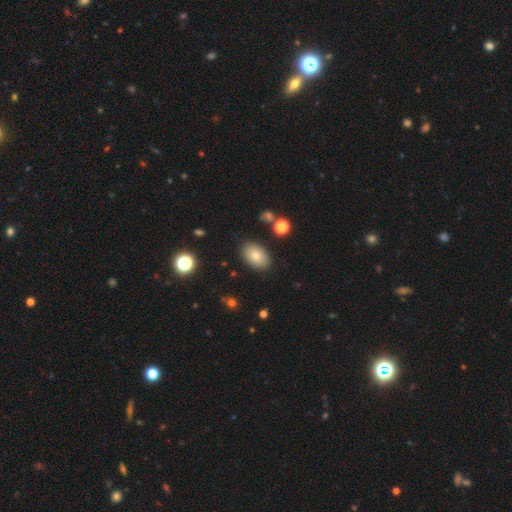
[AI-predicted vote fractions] Smooth or featured: smooth — 79% (featured or disk — 12%)
How rounded: in between — 88% (round — 11%)
Merging: none — 86% (minor disturbance — 10%)